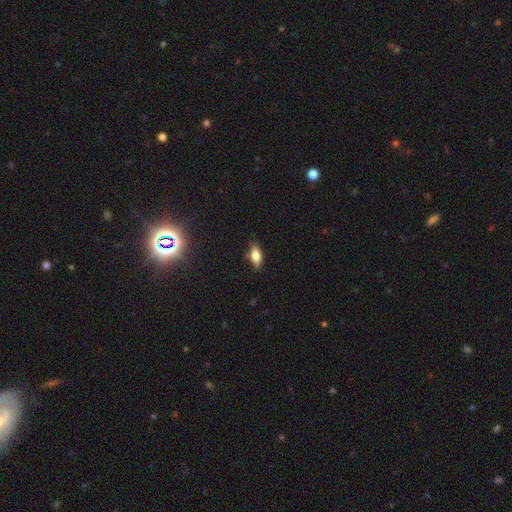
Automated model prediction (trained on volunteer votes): Smooth or featured?
  - smooth: 75% *
  - featured or disk: 16%
  - star or artifact: 8%
How rounded?
  - in between: 80% *
  - cigar-shaped: 17%
  - round: 3%
Merging?
  - none: 81% *
  - minor disturbance: 15%
  - major disturbance: 3%
  - merger: 2%